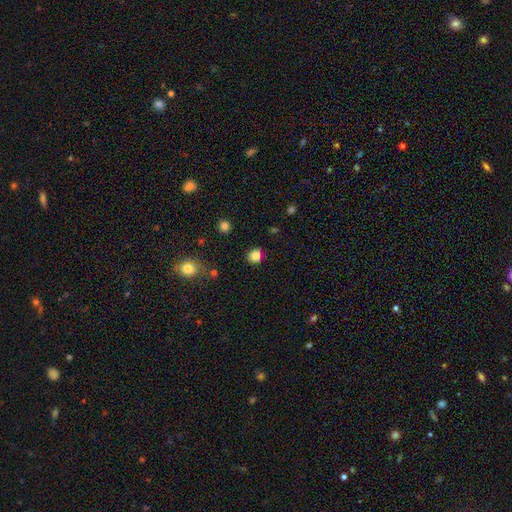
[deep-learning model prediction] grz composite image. It shows a smooth galaxy with no disk features (84%) that is round (80%). Merging: none (84%).